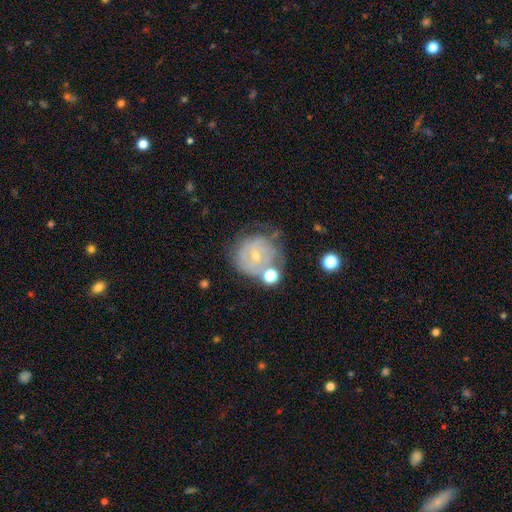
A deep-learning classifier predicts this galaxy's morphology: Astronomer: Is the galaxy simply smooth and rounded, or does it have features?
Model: featured or disk — 58%.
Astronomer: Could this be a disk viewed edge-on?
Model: no — 97%.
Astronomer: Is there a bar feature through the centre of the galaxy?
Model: no — 66%.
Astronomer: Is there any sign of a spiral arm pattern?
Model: yes — 66%.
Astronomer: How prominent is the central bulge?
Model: small — 66%.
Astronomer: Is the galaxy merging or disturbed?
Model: none — 48% (runner-up: minor disturbance, 24%).